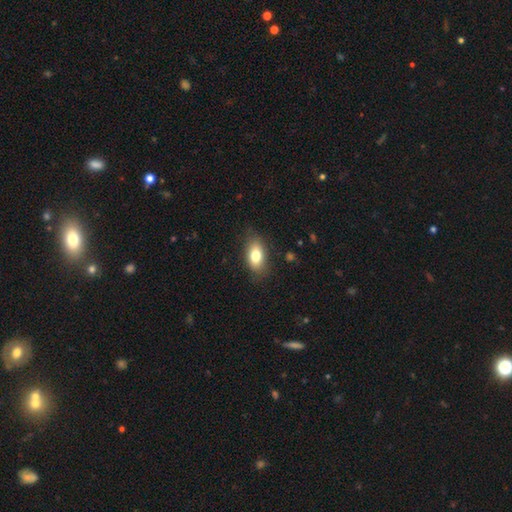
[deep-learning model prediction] smooth-or-featured: smooth: 78% | featured or disk: 14% | star or artifact: 8%
  how-rounded: in between: 87% | round: 8% | cigar-shaped: 5%
  merging: none: 79% | minor disturbance: 16% | major disturbance: 4% | merger: 1%